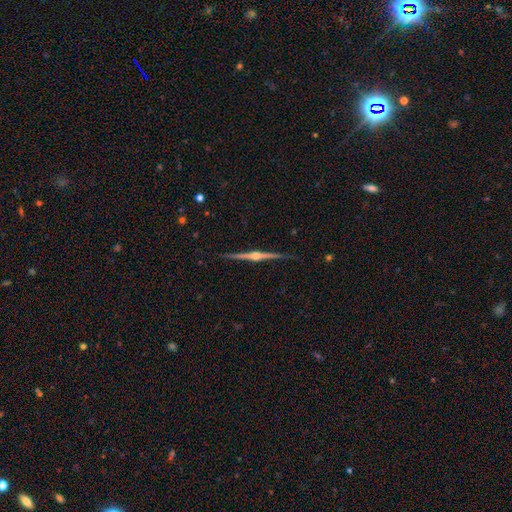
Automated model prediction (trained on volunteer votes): A featured or disk galaxy (89%) viewed edge-on (99%) with a rounded central bulge (94%).

Vote fractions:
- Smooth or featured? featured or disk: 89% / smooth: 6% / star or artifact: 5%
- Edge-on disk? yes: 99% / no: 1%
- Edge-on bulge? rounded: 94% / boxy: 3% / none: 3%
- Merging? none: 90% / minor disturbance: 7% / major disturbance: 1% / merger: 1%